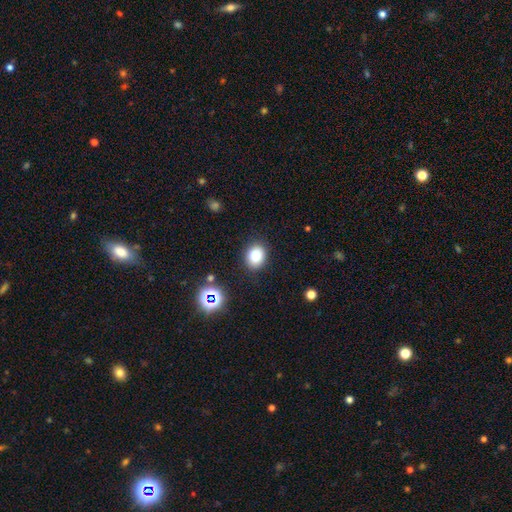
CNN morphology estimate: smooth 84%, star or artifact 12%, featured or disk 4%. Down the decision tree: how rounded — round (50%); merging — none (85%).